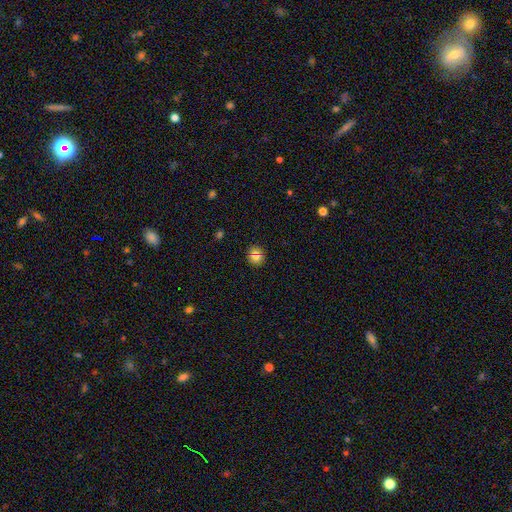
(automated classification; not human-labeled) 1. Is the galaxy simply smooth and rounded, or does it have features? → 75% smooth, 14% star or artifact, 10% featured or disk.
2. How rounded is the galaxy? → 87% round, 12% in between, 1% cigar-shaped.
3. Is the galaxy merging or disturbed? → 82% none, 9% minor disturbance, 7% merger, 2% major disturbance.